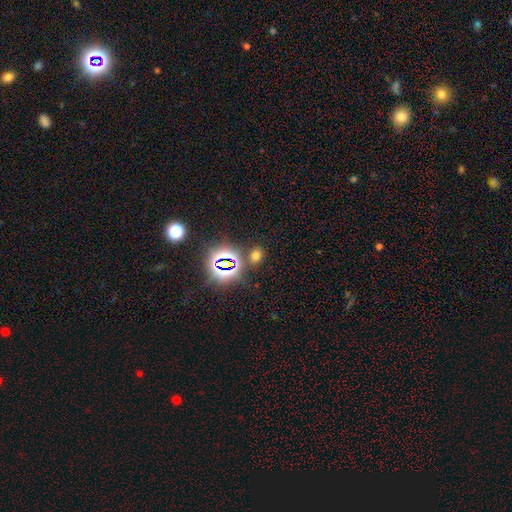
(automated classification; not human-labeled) A smooth galaxy with no disk features (57%) that is in between round and cigar-shaped (52%).

Vote fractions:
- Smooth or featured? smooth: 57% / star or artifact: 36% / featured or disk: 7%
- How rounded? in between: 52% / round: 46% / cigar-shaped: 2%
- Merging? none: 81% / minor disturbance: 8% / merger: 7% / major disturbance: 3%